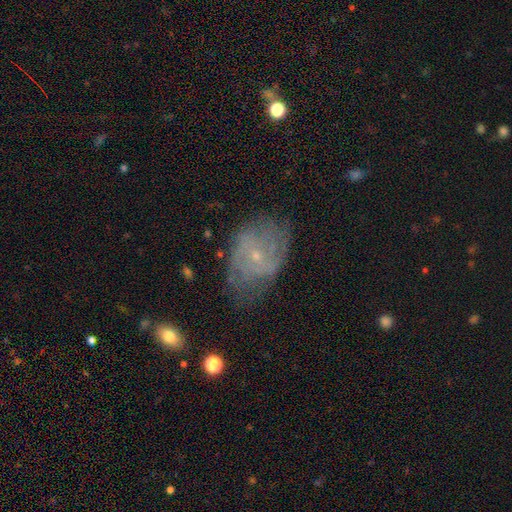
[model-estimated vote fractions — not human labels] Smooth or featured? Predicted: featured or disk (p=0.71). Edge-on disk? Predicted: no (p=0.97). Bar? Predicted: no (p=0.66). Spiral arms? Predicted: yes (p=0.83). Spiral winding? Predicted: tight (p=0.43). Spiral arm count? Predicted: can't tell (p=0.44). Bulge size? Predicted: small (p=0.81). Merging? Predicted: none (p=0.59).